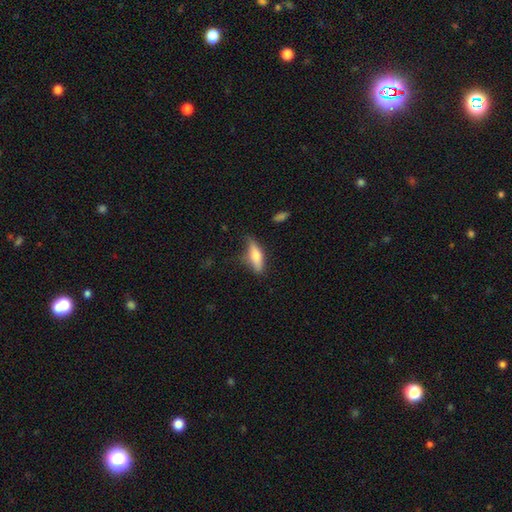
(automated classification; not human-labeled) This is likely a smooth galaxy (65%). How rounded: possibly in between (49%). Merging: likely none (66%).